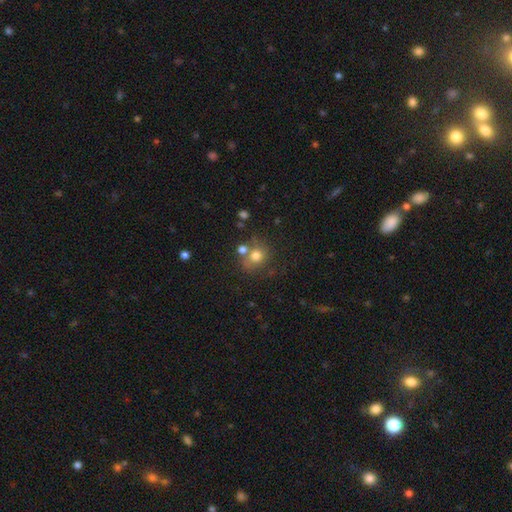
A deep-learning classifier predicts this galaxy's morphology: smooth_or_featured: smooth (p=0.74) [alt: star or artifact p=0.13]
how_rounded: round (p=0.81) [alt: in between p=0.18]
merging: none (p=0.60) [alt: merger p=0.19]